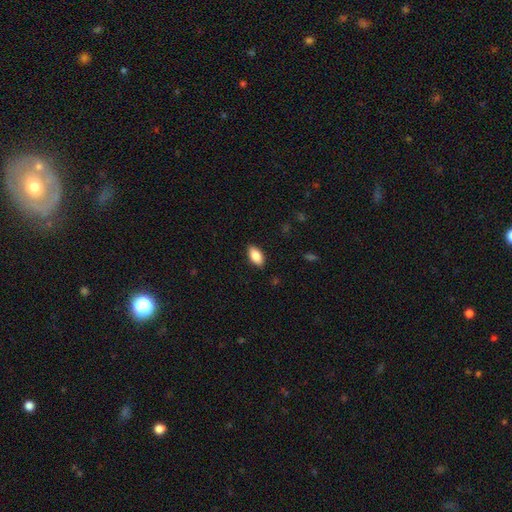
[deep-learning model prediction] smooth_or_featured: smooth (p=0.86) [alt: featured or disk p=0.08]
how_rounded: in between (p=0.92) [alt: cigar-shaped p=0.05]
merging: none (p=0.88) [alt: minor disturbance p=0.09]